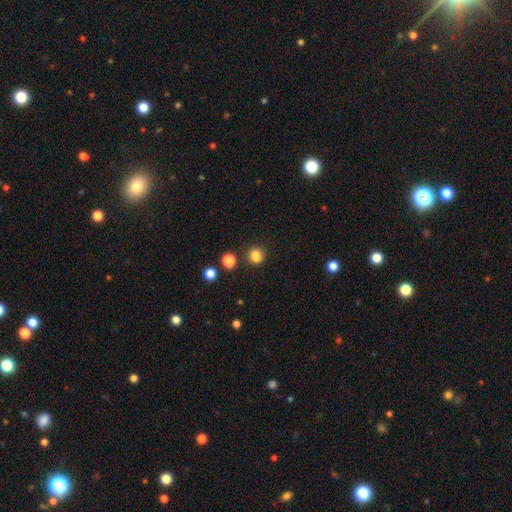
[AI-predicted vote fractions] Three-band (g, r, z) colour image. It shows a smooth galaxy with no disk features (79%) that is round (84%). Merging: none (59%).